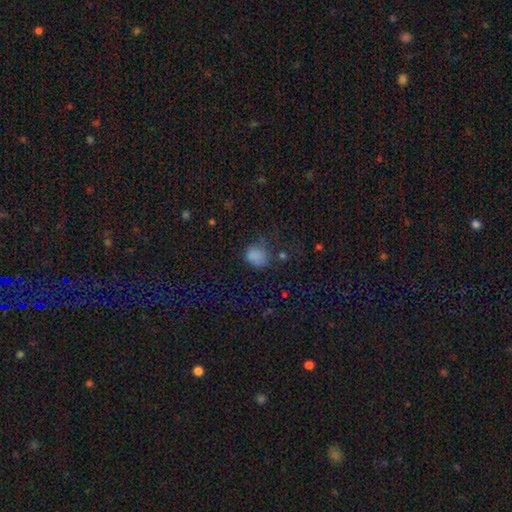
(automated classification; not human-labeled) Smooth or featured? Predicted: smooth (p=0.78). How rounded? Predicted: round (p=0.58). Merging? Predicted: none (p=0.53).